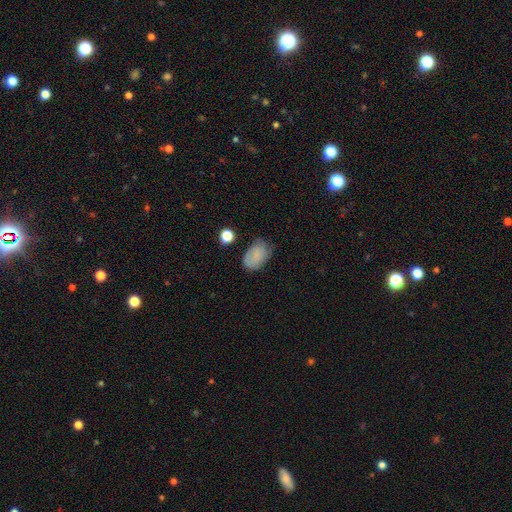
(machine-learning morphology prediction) smooth-or-featured: smooth: 77% | featured or disk: 12% | star or artifact: 11%
  how-rounded: in between: 86% | round: 12% | cigar-shaped: 1%
  merging: none: 61% | minor disturbance: 28% | major disturbance: 8% | merger: 3%